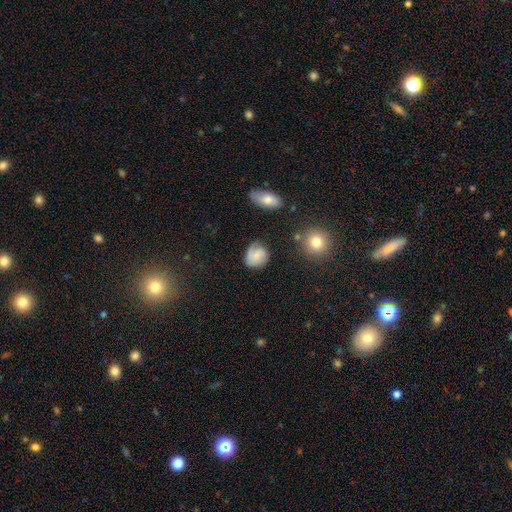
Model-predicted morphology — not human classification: type=smooth (49%); merging=none (63%).